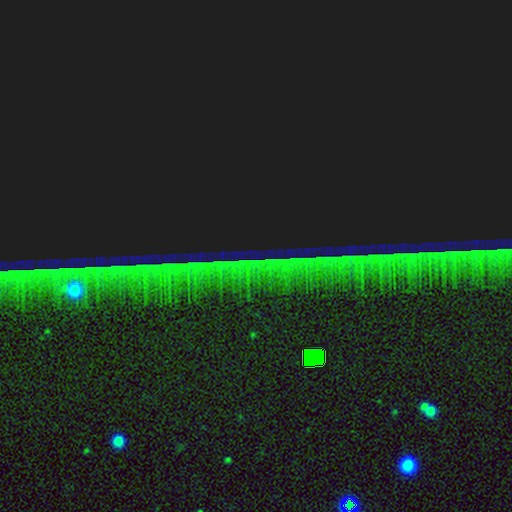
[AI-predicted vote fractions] The model was most divided on "smooth or featured": star or artifact: 85%, featured or disk: 8%, smooth: 7%.